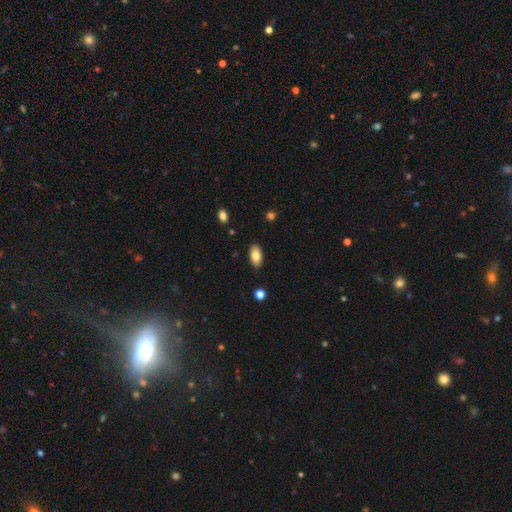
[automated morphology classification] smooth_or_featured: smooth (p=0.80) [alt: featured or disk p=0.12]
how_rounded: in between (p=0.93) [alt: round p=0.04]
merging: none (p=0.87) [alt: minor disturbance p=0.10]